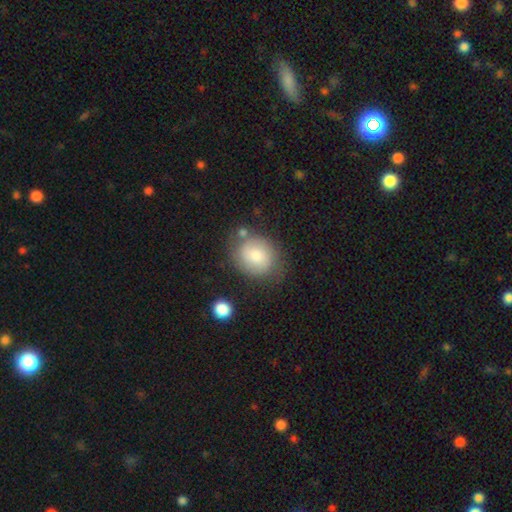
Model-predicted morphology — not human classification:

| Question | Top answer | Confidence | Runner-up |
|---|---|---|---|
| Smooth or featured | smooth | 71% | featured or disk (22%) |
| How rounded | round | 62% | in between (37%) |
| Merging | none | 65% | minor disturbance (21%) |